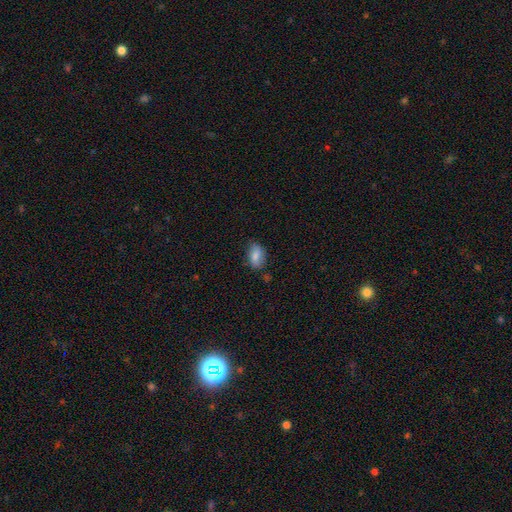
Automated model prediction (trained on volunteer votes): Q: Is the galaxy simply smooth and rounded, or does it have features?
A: smooth — 80%.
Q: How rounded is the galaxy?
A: in between — 88%.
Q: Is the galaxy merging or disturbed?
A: none — 68%.